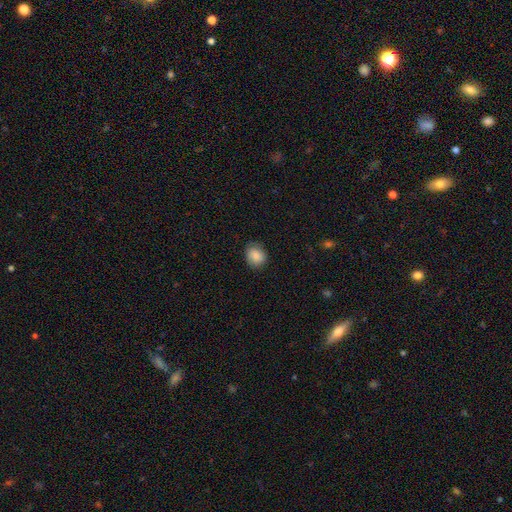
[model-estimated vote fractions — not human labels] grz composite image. It shows a smooth galaxy with no disk features (84%) that is round (62%). Merging: none (78%).